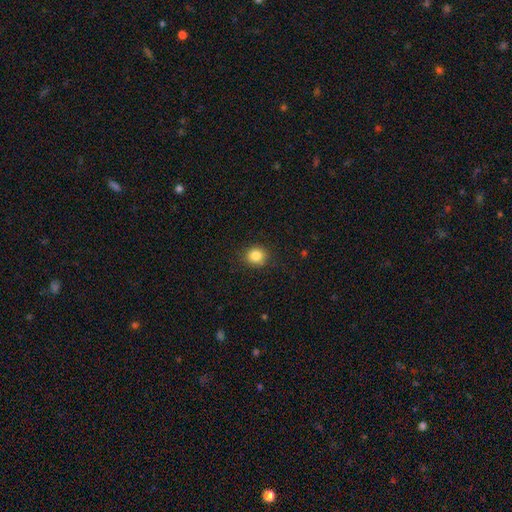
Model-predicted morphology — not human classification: Smooth or featured?
  - smooth: 85% *
  - star or artifact: 10%
  - featured or disk: 5%
How rounded?
  - round: 85% *
  - in between: 14%
  - cigar-shaped: 1%
Merging?
  - none: 88% *
  - minor disturbance: 8%
  - major disturbance: 2%
  - merger: 1%